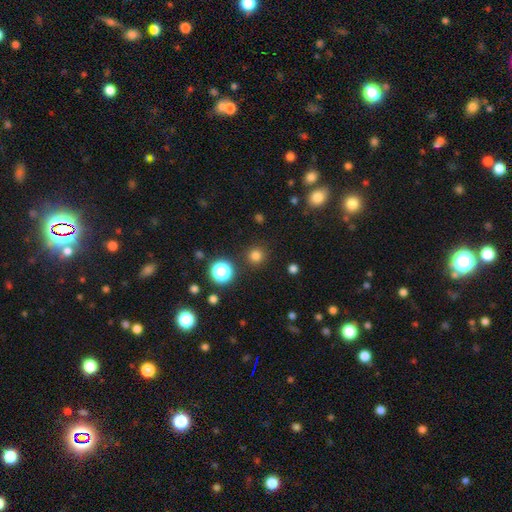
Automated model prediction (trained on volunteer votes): The model was most divided on "smooth or featured": smooth: 77%, star or artifact: 19%, featured or disk: 4%. More confident: how rounded — round (95%); merging — none (89%).